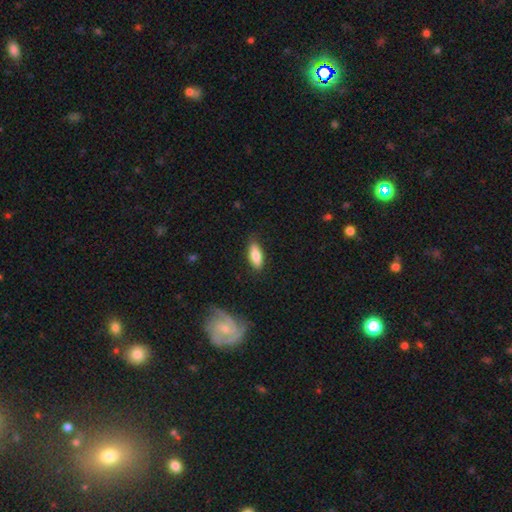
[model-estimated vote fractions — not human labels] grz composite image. It shows a smooth galaxy with no disk features (80%) that is in between round and cigar-shaped (73%). Merging: none (79%).